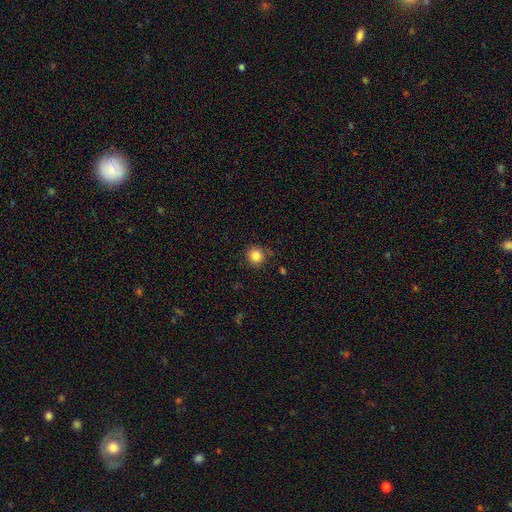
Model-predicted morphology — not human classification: Smooth or featured?
  - smooth: 84% *
  - star or artifact: 11%
  - featured or disk: 5%
How rounded?
  - round: 92% *
  - in between: 7%
  - cigar-shaped: 1%
Merging?
  - none: 84% *
  - minor disturbance: 10%
  - major disturbance: 3%
  - merger: 2%